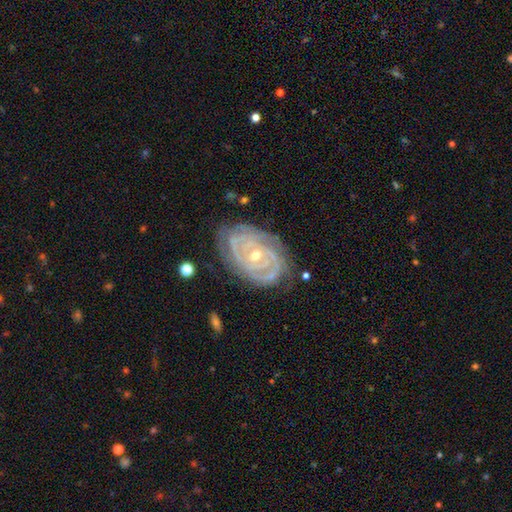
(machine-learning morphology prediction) featured or disk 90%, star or artifact 5%, smooth 5%. Down the decision tree: edge-on disk — no (96%); bar — no (73%); spiral arms — yes (97%); spiral arm count — 2 (30%); spiral winding — tight (84%); bulge size — small (52%); merging — none (76%).